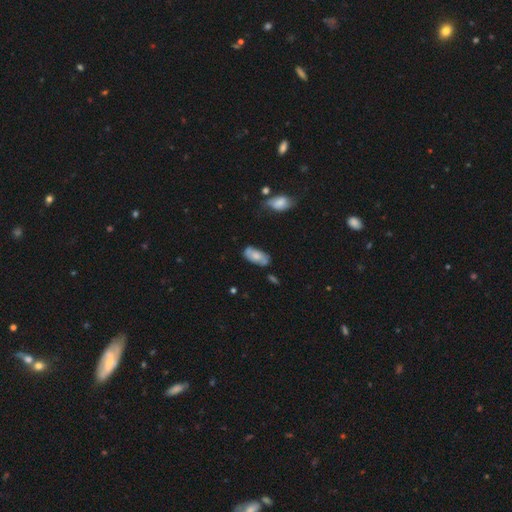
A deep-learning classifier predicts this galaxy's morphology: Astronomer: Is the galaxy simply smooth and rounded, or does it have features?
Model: smooth — 56% (runner-up: featured or disk, 37%).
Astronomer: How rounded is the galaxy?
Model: in between — 90%.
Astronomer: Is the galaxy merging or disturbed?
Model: none — 69%.